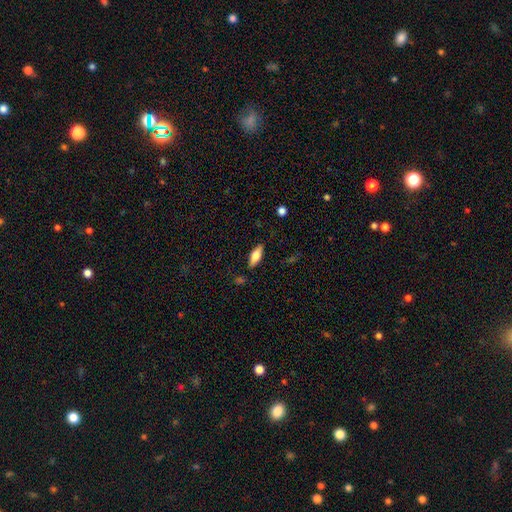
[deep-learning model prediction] Morphology: type=smooth (66%); roundness=in between (70%); merging=none (86%).